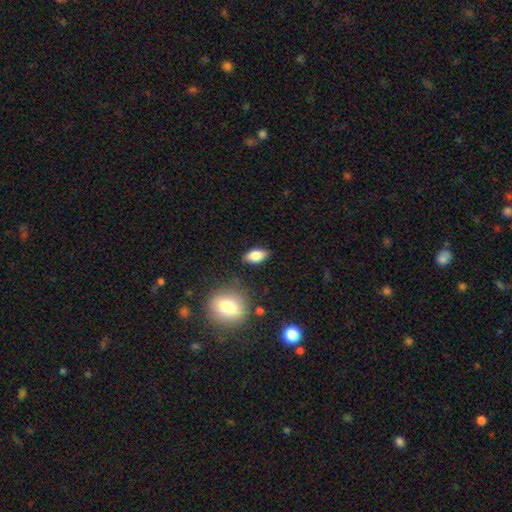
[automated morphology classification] The model was most divided on "smooth or featured": smooth: 80%, featured or disk: 12%, star or artifact: 8%. More confident: how rounded — in between (88%); merging — none (84%).